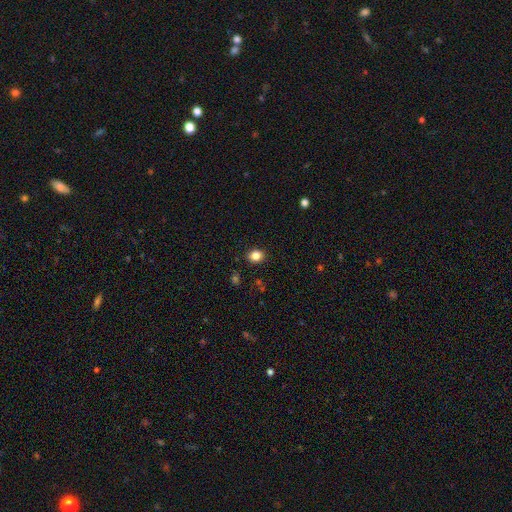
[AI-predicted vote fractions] Smooth or featured: smooth — 84% (star or artifact — 11%)
How rounded: round — 62% (in between — 37%)
Merging: none — 90% (minor disturbance — 7%)